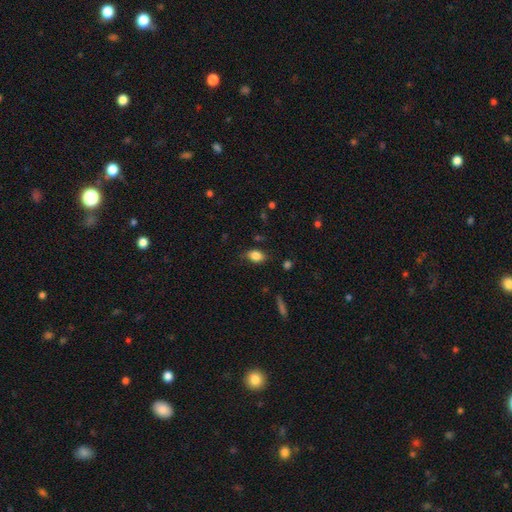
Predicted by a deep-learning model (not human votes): This appears to be a smooth galaxy with no disk features (84%) that is in between round and cigar-shaped (84%). Merging: none (74%).